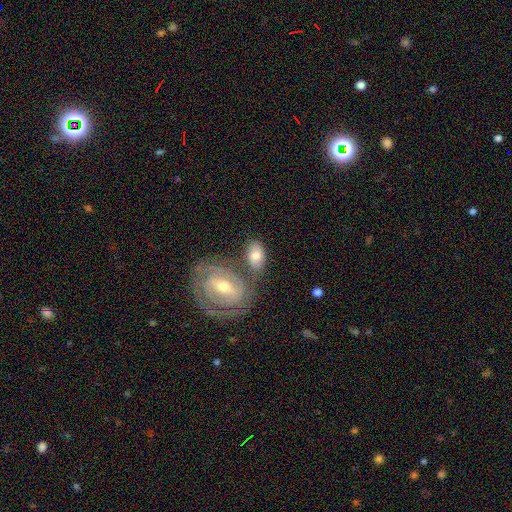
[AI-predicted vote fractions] Morphology: type=smooth (61%); roundness=in between (85%); merging=none (56%).